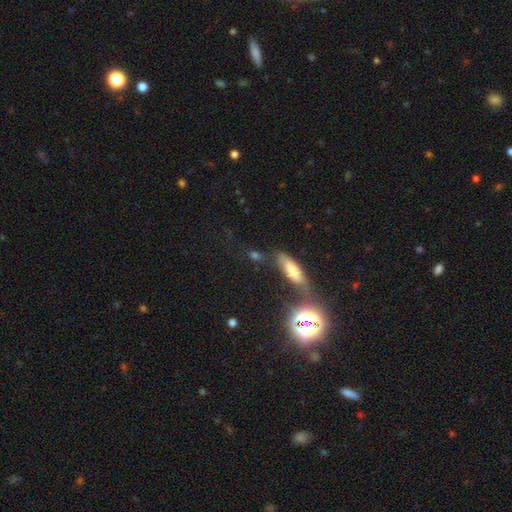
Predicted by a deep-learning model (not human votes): smooth-or-featured: smooth: 43% | star or artifact: 37% | featured or disk: 19%
  merging: none: 66% | minor disturbance: 17% | major disturbance: 9% | merger: 8%